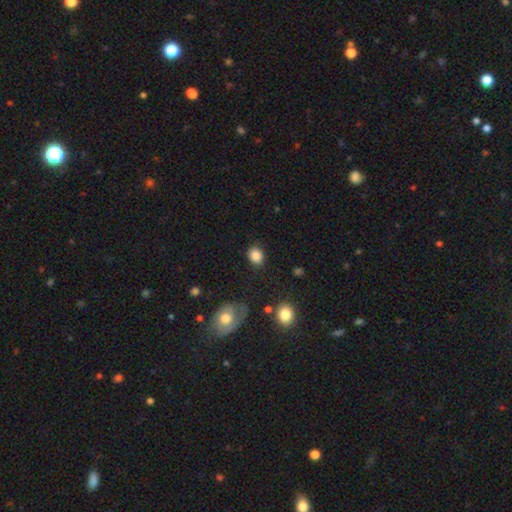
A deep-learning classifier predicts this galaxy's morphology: This is clearly a smooth galaxy (86%). How rounded: possibly round (58%). Merging: clearly none (84%).